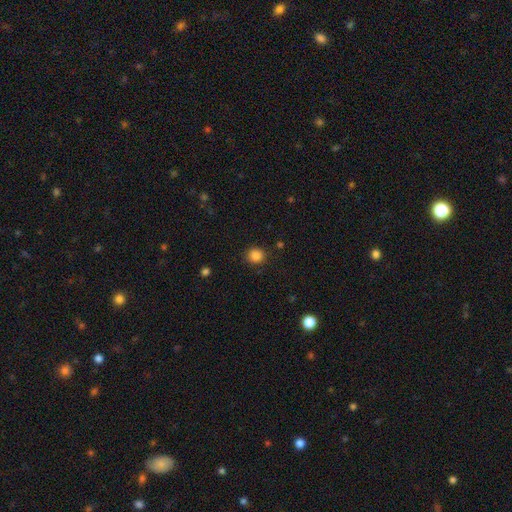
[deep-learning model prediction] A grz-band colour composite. It shows a smooth galaxy with no disk features (85%) that is round (89%). Merging: none (88%).